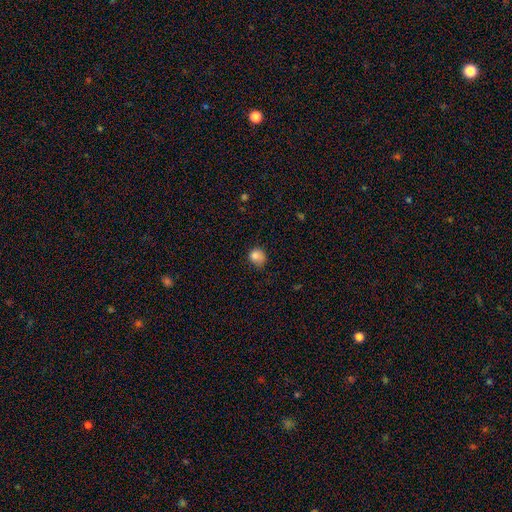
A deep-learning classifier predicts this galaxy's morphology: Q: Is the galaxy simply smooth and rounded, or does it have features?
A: smooth — 82%.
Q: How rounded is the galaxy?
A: round — 72%.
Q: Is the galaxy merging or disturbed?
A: none — 50%.